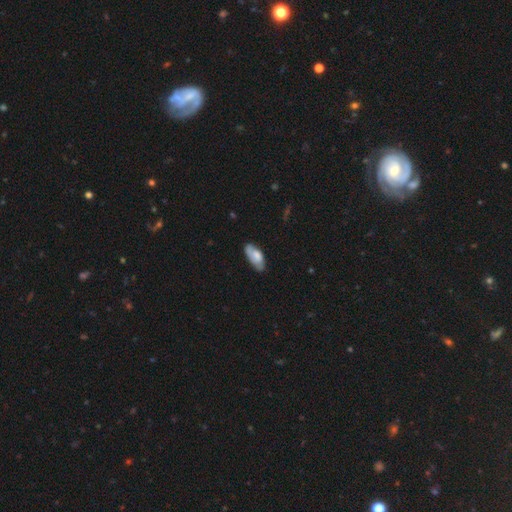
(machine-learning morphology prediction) Smooth or featured? Predicted: smooth (p=0.66). How rounded? Predicted: in between (p=0.88). Merging? Predicted: none (p=0.65).